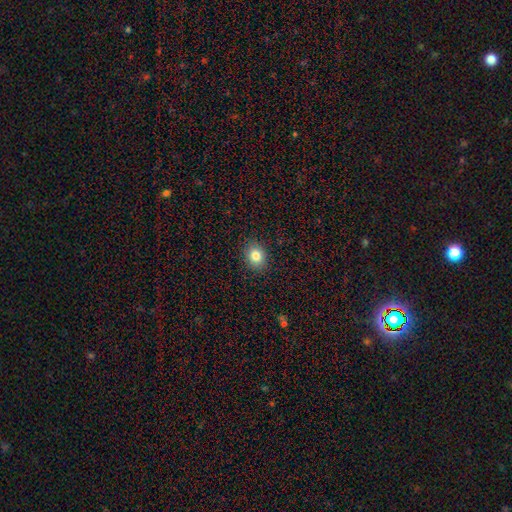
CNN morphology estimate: smooth-or-featured: smooth: 82% | star or artifact: 11% | featured or disk: 7%
  how-rounded: round: 61% | in between: 38% | cigar-shaped: 1%
  merging: none: 90% | minor disturbance: 7% | major disturbance: 2% | merger: 1%